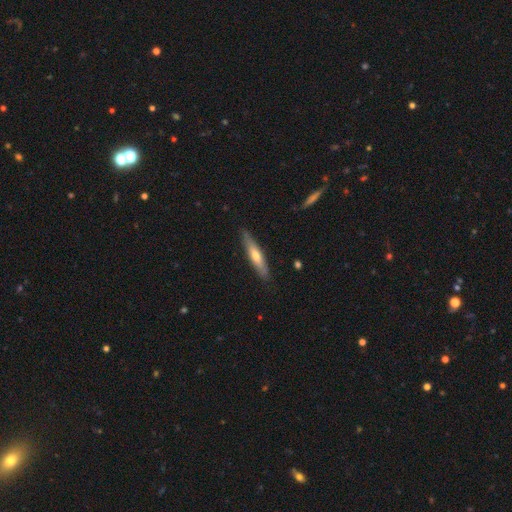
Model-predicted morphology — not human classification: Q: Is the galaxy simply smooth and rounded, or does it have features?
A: smooth — 53%.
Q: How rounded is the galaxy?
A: cigar-shaped — 85%.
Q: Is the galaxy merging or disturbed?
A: none — 84%.